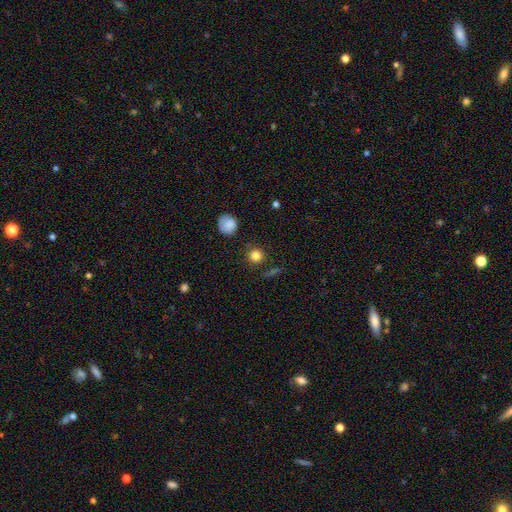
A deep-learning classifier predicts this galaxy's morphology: smooth 82%, star or artifact 13%, featured or disk 6%. Down the decision tree: how rounded — round (94%); merging — none (86%).